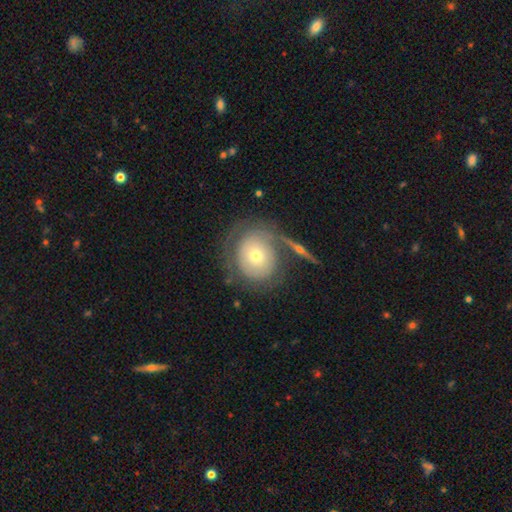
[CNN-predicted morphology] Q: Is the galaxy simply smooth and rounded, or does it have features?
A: featured or disk — 49%.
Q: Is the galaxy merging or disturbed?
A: none — 56%.